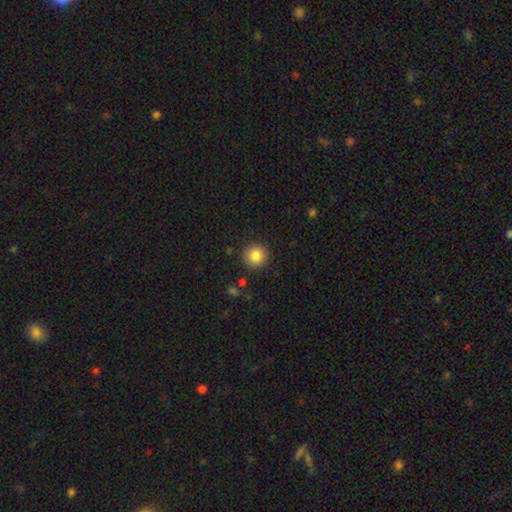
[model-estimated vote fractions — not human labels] Smooth or featured? Predicted: smooth (p=0.85). How rounded? Predicted: round (p=0.95). Merging? Predicted: none (p=0.90).